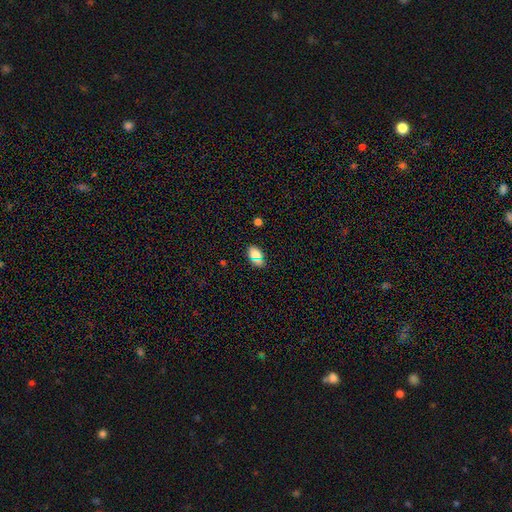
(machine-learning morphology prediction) Smooth or featured? Predicted: smooth (p=0.73). How rounded? Predicted: in between (p=0.86). Merging? Predicted: none (p=0.87).